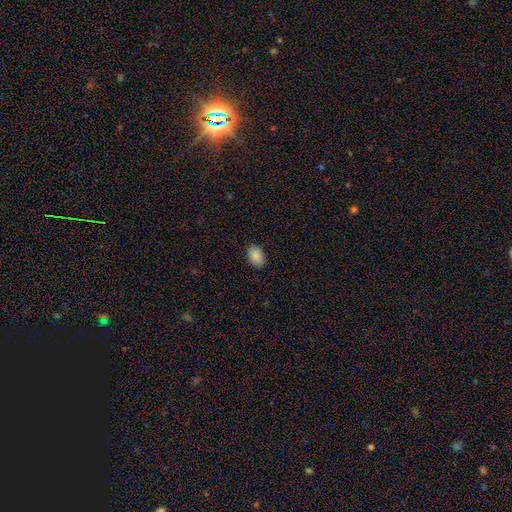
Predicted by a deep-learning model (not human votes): Overall: smooth (89%). How rounded: in between (87%). Merging: none (89%).